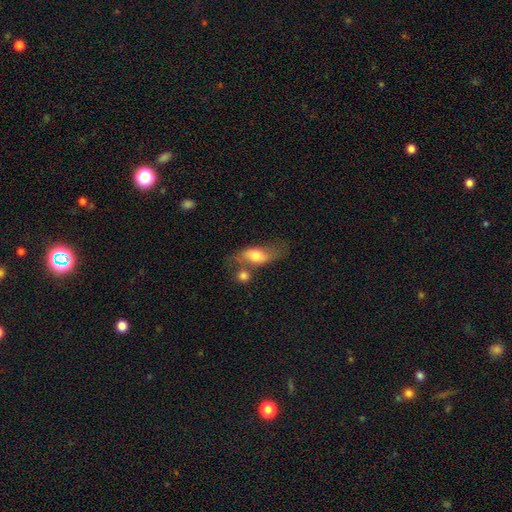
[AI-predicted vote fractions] This appears to be a smooth galaxy with no disk features (61%) that is in between round and cigar-shaped (79%). Merging: none (40%).